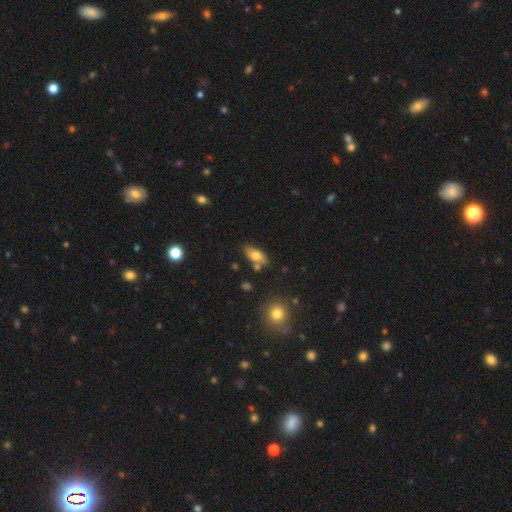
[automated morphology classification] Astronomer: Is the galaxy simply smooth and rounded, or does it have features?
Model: smooth — 72%.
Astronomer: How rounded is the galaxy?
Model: in between — 86%.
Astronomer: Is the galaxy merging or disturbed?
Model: none — 72%.